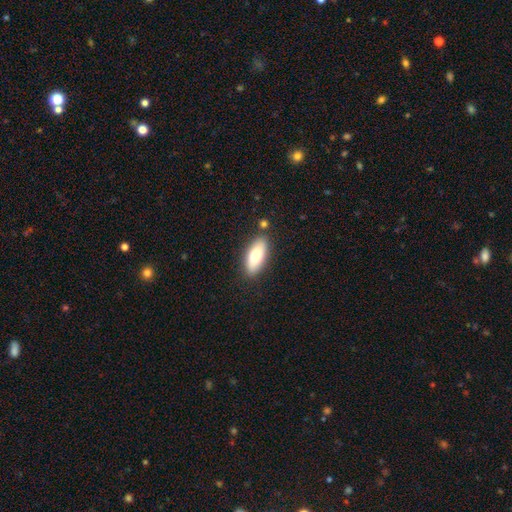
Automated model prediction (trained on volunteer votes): This appears to be a smooth galaxy with no disk features (77%) that is in between round and cigar-shaped (81%). Merging: none (83%).